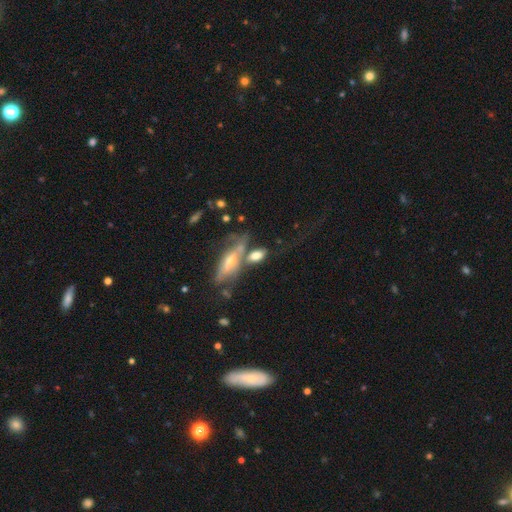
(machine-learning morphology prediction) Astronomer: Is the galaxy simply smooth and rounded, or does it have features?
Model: smooth — 62%.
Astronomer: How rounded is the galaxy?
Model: in between — 79%.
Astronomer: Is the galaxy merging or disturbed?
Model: none — 37%, tied with merger at 37%.